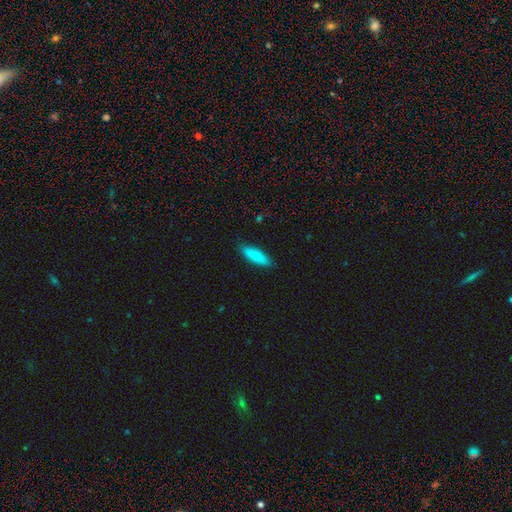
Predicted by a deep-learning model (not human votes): This appears to be a smooth galaxy with no disk features (81%) that is cigar-shaped (57%). Merging: none (86%).